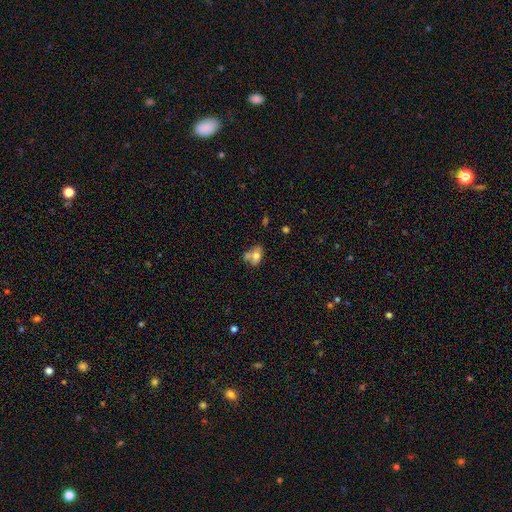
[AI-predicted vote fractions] Smooth or featured?
  - smooth: 71% *
  - featured or disk: 19%
  - star or artifact: 10%
How rounded?
  - in between: 77% *
  - round: 20%
  - cigar-shaped: 2%
Merging?
  - merger: 46% *
  - none: 32%
  - minor disturbance: 15%
  - major disturbance: 8%